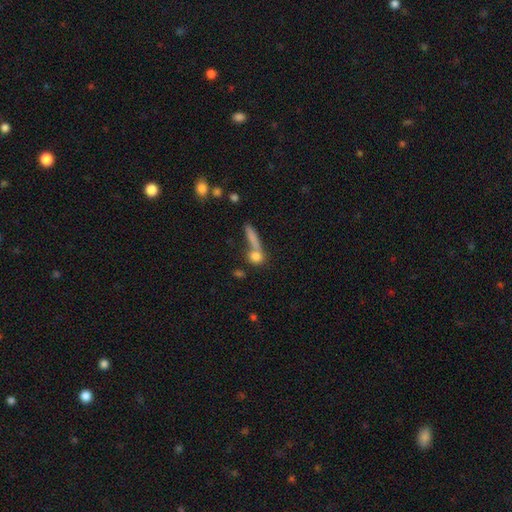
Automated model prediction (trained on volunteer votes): Smooth or featured? smooth (78%)
How rounded? round (52%)
Merging? none (51%)